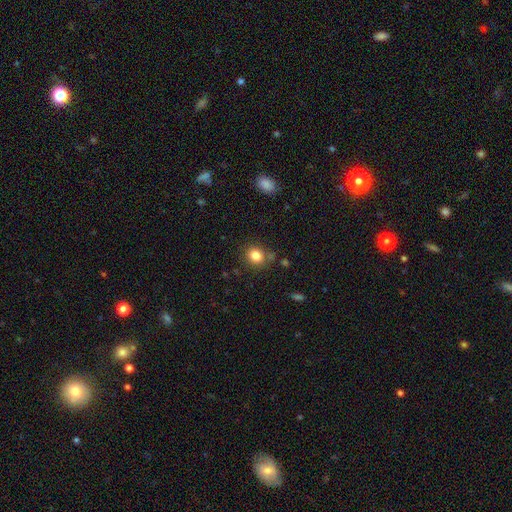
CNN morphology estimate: type=smooth (83%); roundness=round (71%); merging=none (79%).